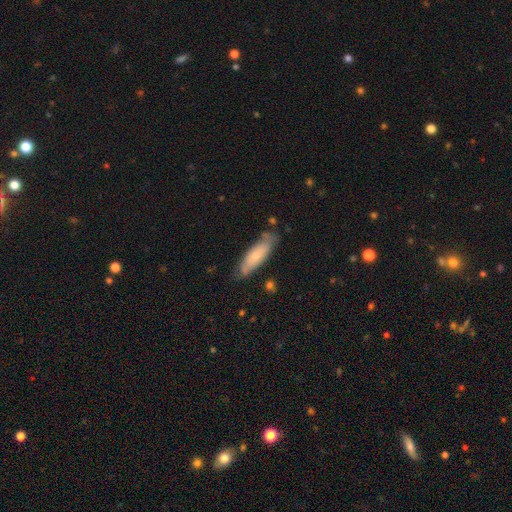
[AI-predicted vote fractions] Smooth or featured?
  - smooth: 73% *
  - featured or disk: 22%
  - star or artifact: 6%
How rounded?
  - cigar-shaped: 55% *
  - in between: 43%
  - round: 1%
Merging?
  - none: 73% *
  - minor disturbance: 20%
  - major disturbance: 4%
  - merger: 3%